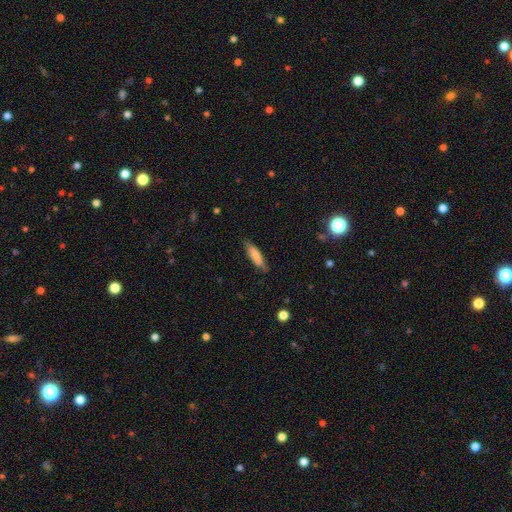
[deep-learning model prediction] Smooth or featured?
  - smooth: 78% *
  - featured or disk: 16%
  - star or artifact: 6%
How rounded?
  - cigar-shaped: 66% *
  - in between: 33%
  - round: 1%
Merging?
  - none: 80% *
  - minor disturbance: 16%
  - major disturbance: 3%
  - merger: 1%